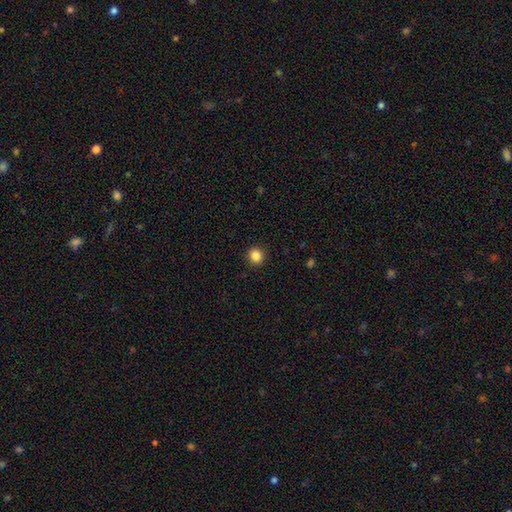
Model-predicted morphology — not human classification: smooth-or-featured: smooth: 86% | star or artifact: 11% | featured or disk: 4%
  how-rounded: round: 88% | in between: 11% | cigar-shaped: 1%
  merging: none: 92% | minor disturbance: 5% | major disturbance: 2% | merger: 1%